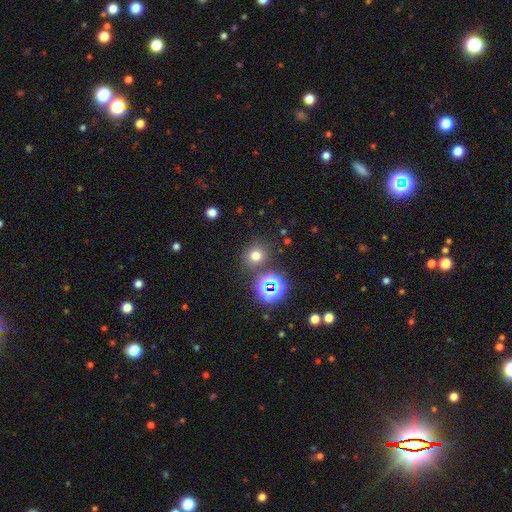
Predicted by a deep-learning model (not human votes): This appears to be a smooth galaxy with no disk features (68%) that is round (85%). Merging: none (82%).